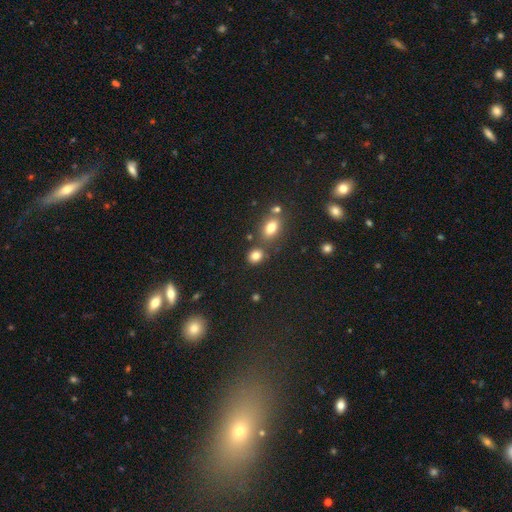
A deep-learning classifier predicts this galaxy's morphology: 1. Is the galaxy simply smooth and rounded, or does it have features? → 81% smooth, 12% star or artifact, 6% featured or disk.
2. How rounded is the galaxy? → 57% round, 41% in between, 1% cigar-shaped.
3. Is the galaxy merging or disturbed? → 73% none, 13% merger, 11% minor disturbance, 4% major disturbance.